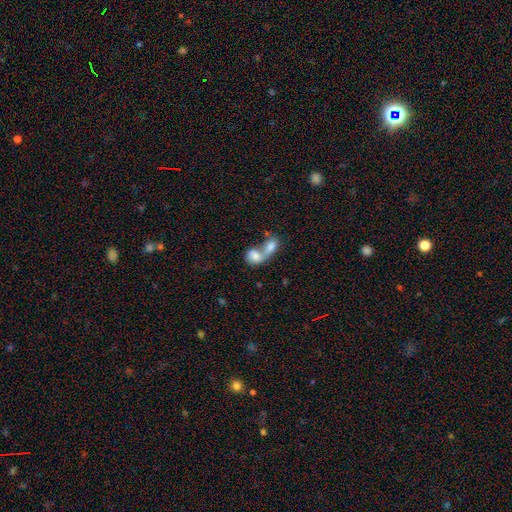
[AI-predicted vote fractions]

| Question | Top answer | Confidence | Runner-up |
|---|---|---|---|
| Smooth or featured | smooth | 71% | featured or disk (21%) |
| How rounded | in between | 63% | round (34%) |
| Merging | merger | 83% | none (9%) |